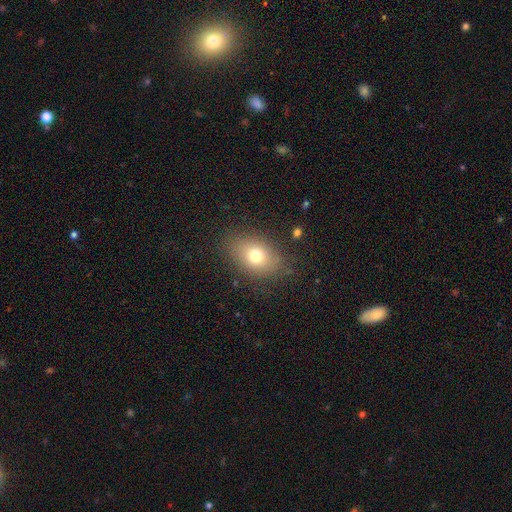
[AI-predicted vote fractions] Smooth or featured? smooth (74%)
How rounded? in between (76%)
Merging? none (82%)